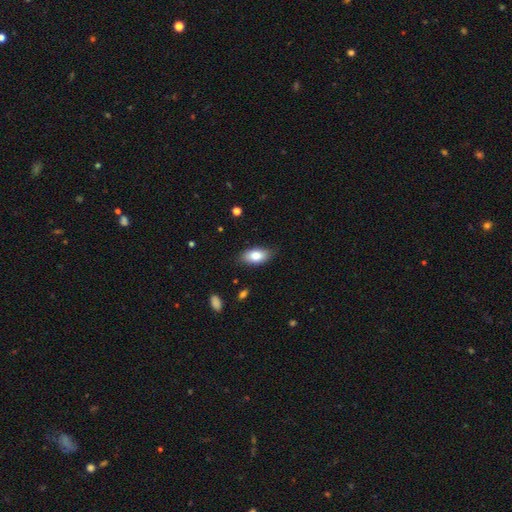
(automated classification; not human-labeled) The model was most divided on "smooth or featured": smooth: 81%, featured or disk: 12%, star or artifact: 7%. More confident: how rounded — in between (92%); merging — none (84%).